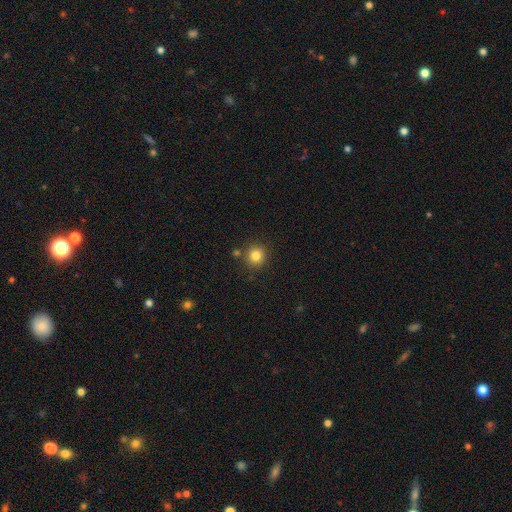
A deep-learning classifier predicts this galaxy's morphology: Smooth or featured? smooth (83%)
How rounded? round (93%)
Merging? none (85%)